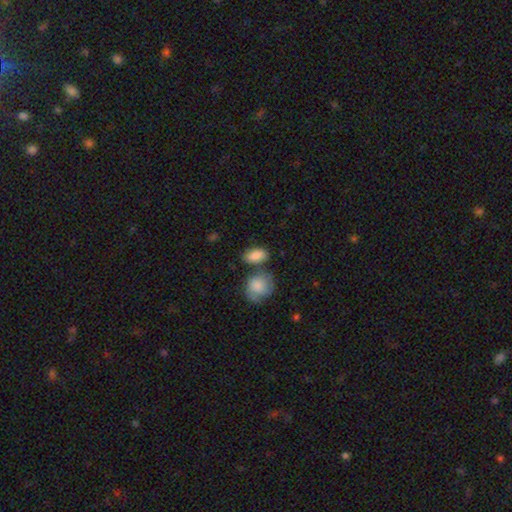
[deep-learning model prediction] This is clearly a smooth galaxy (85%). How rounded: clearly in between (88%). Merging: possibly none (56%).